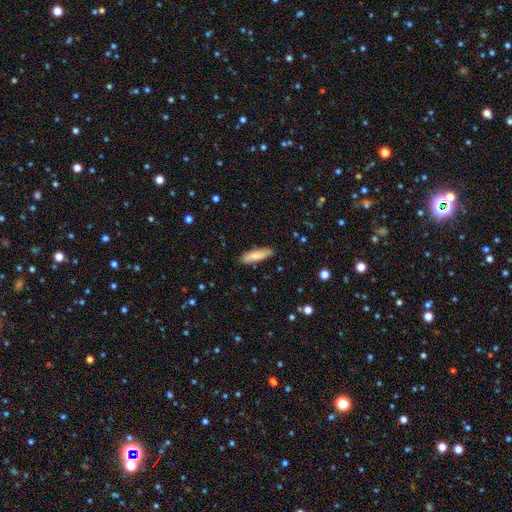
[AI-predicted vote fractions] smooth-or-featured: smooth: 78% | featured or disk: 16% | star or artifact: 6%
  how-rounded: cigar-shaped: 62% | in between: 36% | round: 2%
  merging: none: 87% | minor disturbance: 10% | major disturbance: 2% | merger: 1%